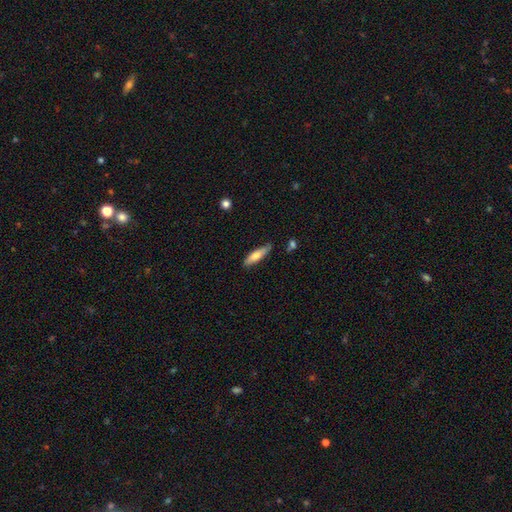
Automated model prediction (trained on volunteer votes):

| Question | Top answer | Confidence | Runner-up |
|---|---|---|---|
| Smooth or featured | smooth | 69% | featured or disk (25%) |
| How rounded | cigar-shaped | 67% | in between (31%) |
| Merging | none | 77% | minor disturbance (17%) |